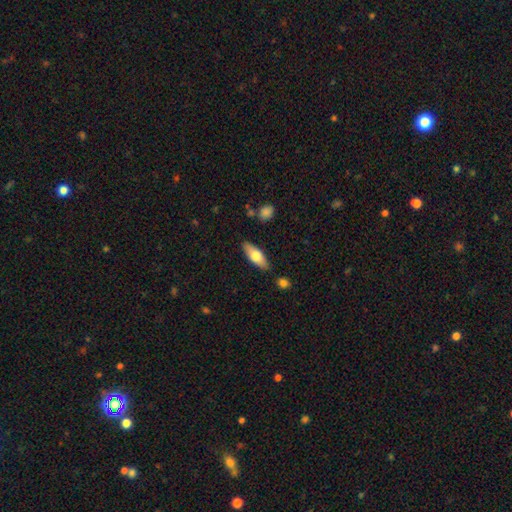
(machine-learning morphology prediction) Smooth or featured?
  - smooth: 65% *
  - featured or disk: 30%
  - star or artifact: 6%
How rounded?
  - in between: 67% *
  - cigar-shaped: 31%
  - round: 2%
Merging?
  - none: 85% *
  - minor disturbance: 10%
  - merger: 2%
  - major disturbance: 2%